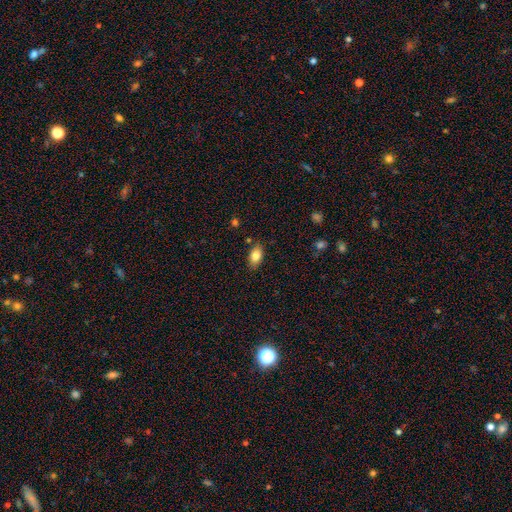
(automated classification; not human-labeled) A smooth galaxy with no disk features (83%) that is in between round and cigar-shaped (88%). Merging: none (84%).